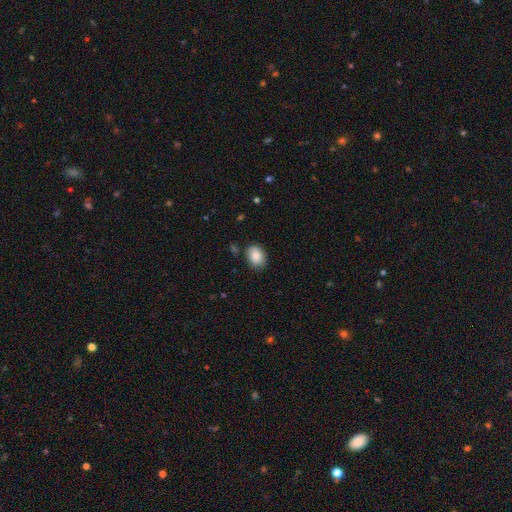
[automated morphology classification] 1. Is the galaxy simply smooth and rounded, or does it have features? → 88% smooth, 7% star or artifact, 5% featured or disk.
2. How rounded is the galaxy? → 75% in between, 24% round, 1% cigar-shaped.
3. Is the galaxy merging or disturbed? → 80% none, 15% minor disturbance, 3% major disturbance, 2% merger.